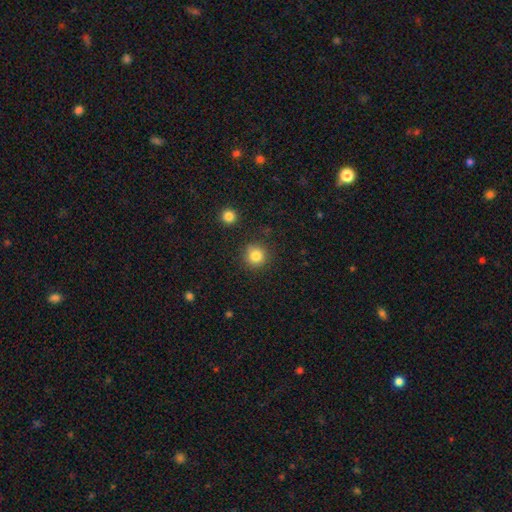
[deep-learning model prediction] This is clearly a smooth galaxy (84%). How rounded: clearly round (94%). Merging: clearly none (88%).